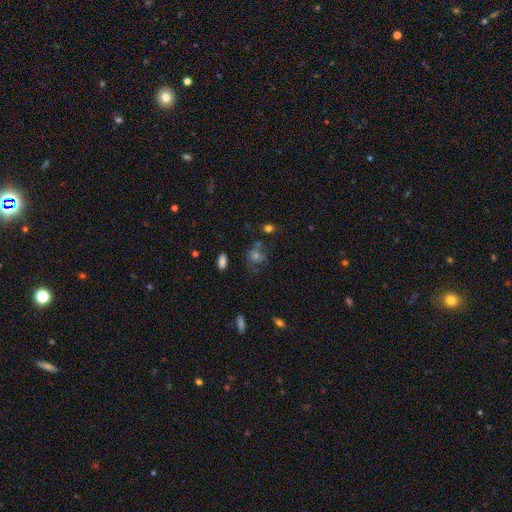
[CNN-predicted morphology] Smooth or featured? Predicted: smooth (p=0.48). Merging? Predicted: none (p=0.56).